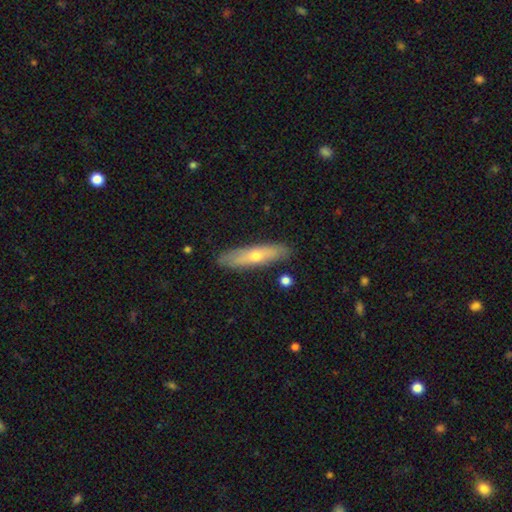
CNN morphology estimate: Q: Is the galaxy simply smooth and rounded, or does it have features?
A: smooth — 50%.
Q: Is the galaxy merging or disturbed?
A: none — 87%.